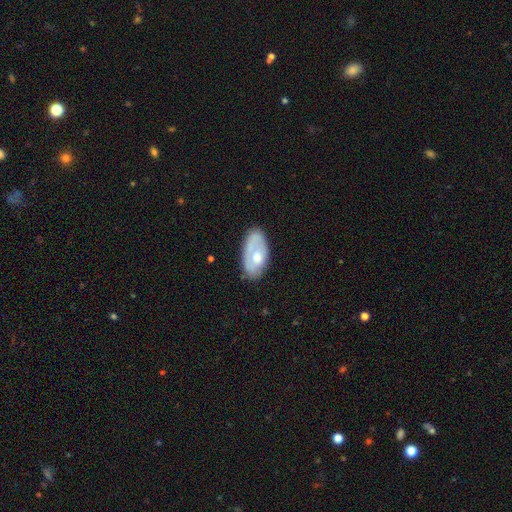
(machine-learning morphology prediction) smooth 51%, featured or disk 43%, star or artifact 6%. Down the decision tree: how rounded — in between (93%); merging — none (64%).